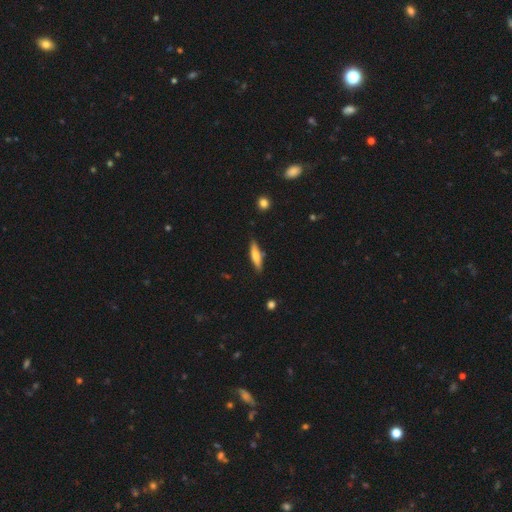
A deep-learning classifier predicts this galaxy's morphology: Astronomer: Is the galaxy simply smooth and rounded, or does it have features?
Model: smooth — 59% (runner-up: featured or disk, 35%).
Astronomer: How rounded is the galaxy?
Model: cigar-shaped — 73%.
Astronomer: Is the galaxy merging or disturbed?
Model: none — 84%.